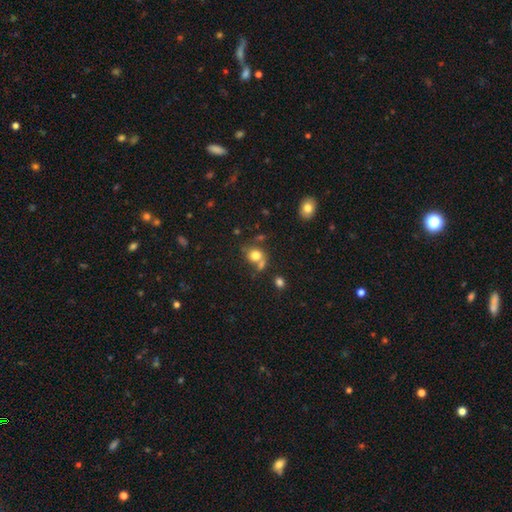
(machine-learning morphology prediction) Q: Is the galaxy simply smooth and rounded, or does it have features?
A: smooth — 76%.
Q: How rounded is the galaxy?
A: round — 70%.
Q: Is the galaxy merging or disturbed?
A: none — 47%.